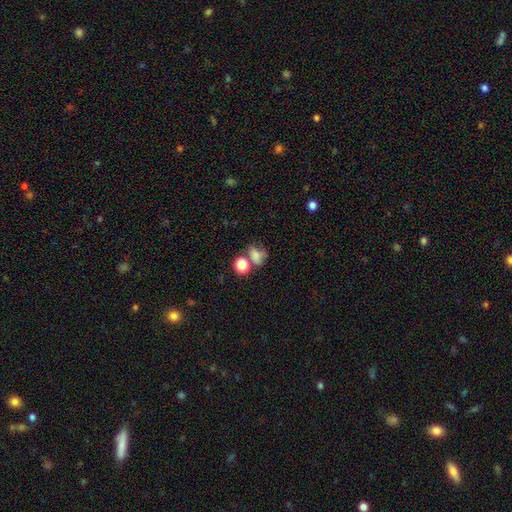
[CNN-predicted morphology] A smooth galaxy with no disk features (75%) that is in between round and cigar-shaped (57%).

Vote fractions:
- Smooth or featured? smooth: 75% / star or artifact: 15% / featured or disk: 11%
- How rounded? in between: 57% / round: 42% / cigar-shaped: 2%
- Merging? none: 38% / merger: 35% / minor disturbance: 17% / major disturbance: 11%